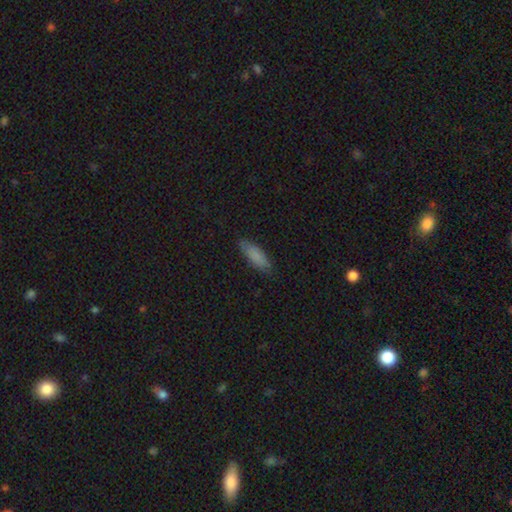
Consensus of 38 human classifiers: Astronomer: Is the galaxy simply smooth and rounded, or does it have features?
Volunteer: smooth — 76%.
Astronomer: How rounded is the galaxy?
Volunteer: in between — 62% (runner-up: cigar-shaped, 38%).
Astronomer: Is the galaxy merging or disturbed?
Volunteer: none — 77%.